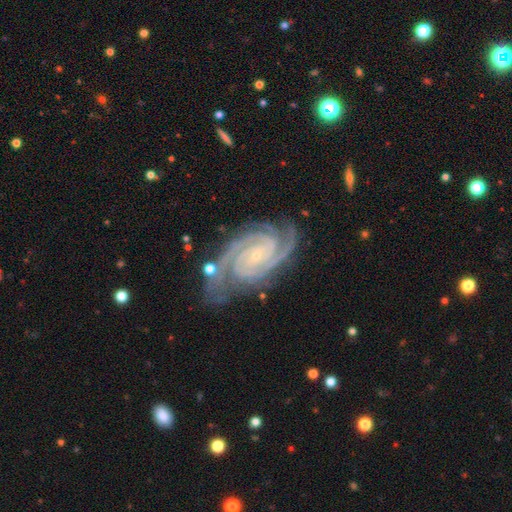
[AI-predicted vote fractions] This is clearly a featured or disk galaxy (92%). It is clearly not viewed edge-on (97%). Bar: possibly no (59%). Spiral arm pattern: clearly yes (99%). Spiral arm count: marginally 2 (33%). Spiral winding: likely tight (75%). Central bulge: clearly small (84%). Merging: likely none (71%).